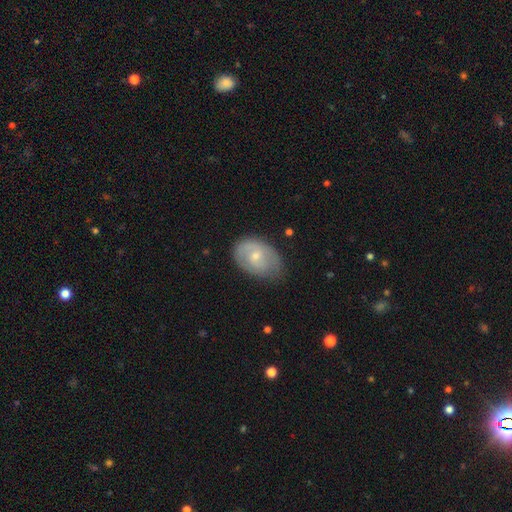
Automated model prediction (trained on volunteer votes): Morphology: type=featured or disk (50%); merging=none (60%).